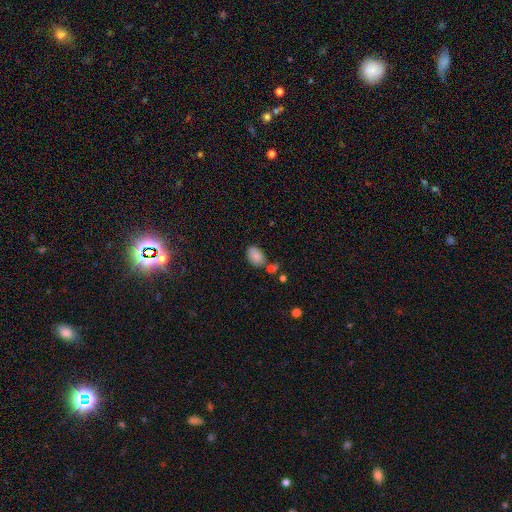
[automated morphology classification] The model was most divided on "merging": none: 58%, minor disturbance: 20%, merger: 16%, major disturbance: 6%. More confident: how rounded — in between (89%); smooth or featured — smooth (86%).